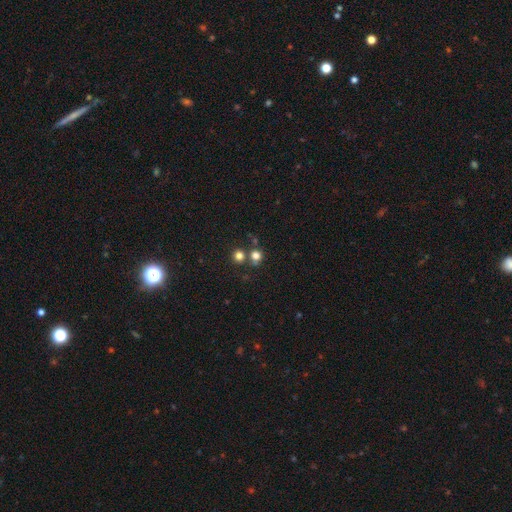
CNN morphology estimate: Smooth or featured? Predicted: smooth (p=0.76). How rounded? Predicted: round (p=0.88). Merging? Predicted: none (p=0.66).